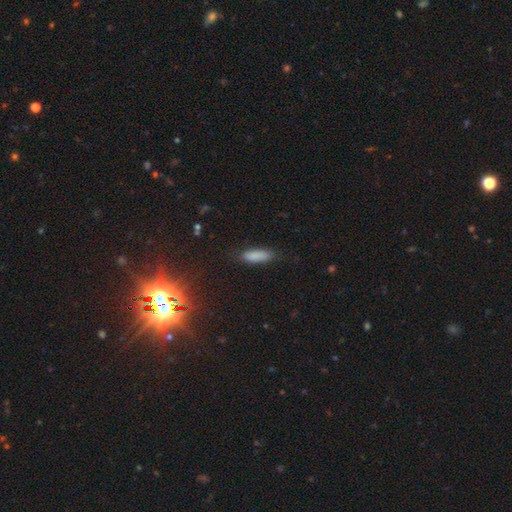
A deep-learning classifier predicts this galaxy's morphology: Overall: smooth (84%). How rounded: in between (56%; cigar-shaped 42%). Merging: none (76%).